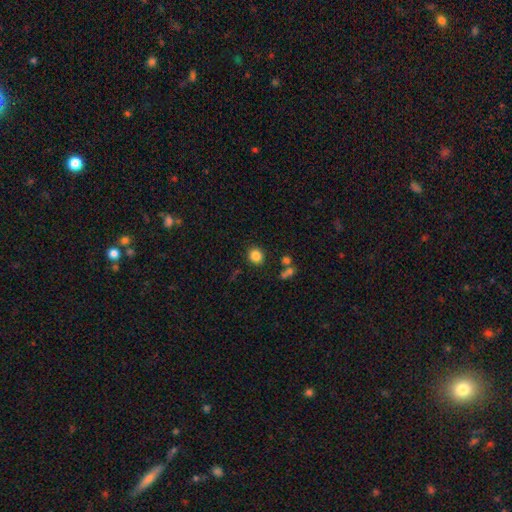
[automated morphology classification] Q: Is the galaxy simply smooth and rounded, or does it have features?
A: smooth — 85%.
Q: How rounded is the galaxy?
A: round — 77%.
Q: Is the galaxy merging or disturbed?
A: none — 86%.